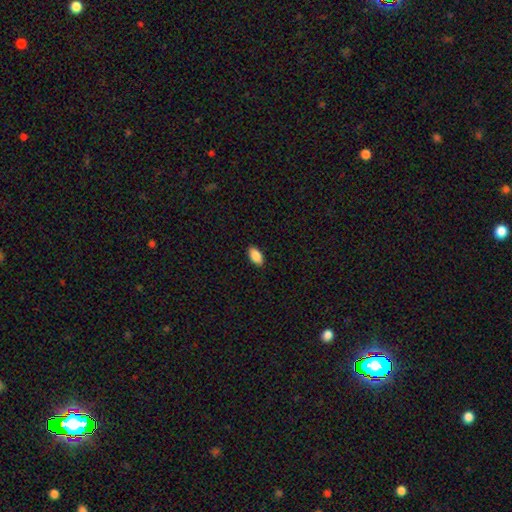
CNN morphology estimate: Smooth or featured? Predicted: smooth (p=0.89). How rounded? Predicted: in between (p=0.93). Merging? Predicted: none (p=0.90).